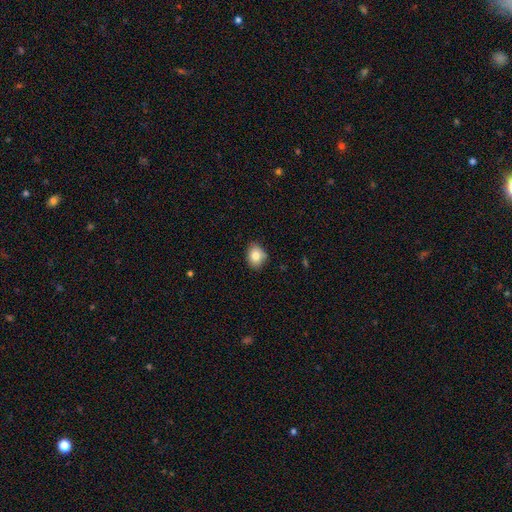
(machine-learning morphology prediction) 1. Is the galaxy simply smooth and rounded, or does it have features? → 82% smooth, 9% featured or disk, 9% star or artifact.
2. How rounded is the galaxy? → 54% in between, 45% round, 1% cigar-shaped.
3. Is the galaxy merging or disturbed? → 78% none, 18% minor disturbance, 3% major disturbance, 1% merger.